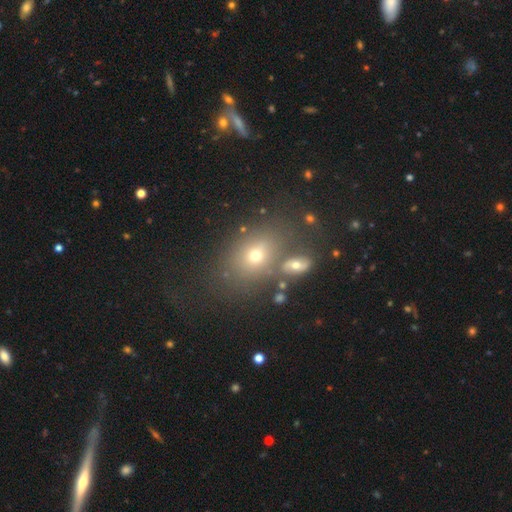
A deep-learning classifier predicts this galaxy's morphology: Q: Smooth or featured?
A: smooth (63%); runner-up: featured or disk (19%)
Q: How rounded?
A: in between (66%); runner-up: round (32%)
Q: Merging?
A: none (61%); runner-up: merger (18%)